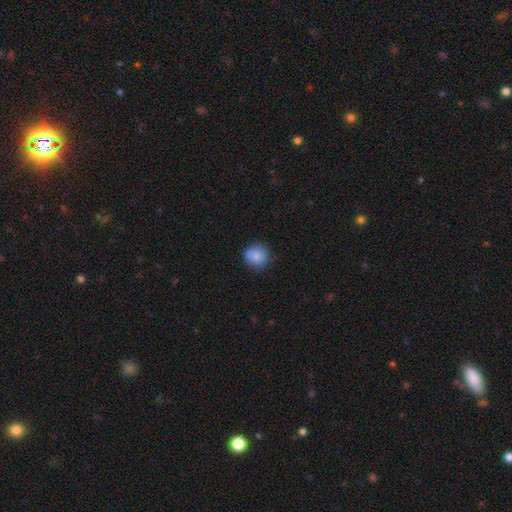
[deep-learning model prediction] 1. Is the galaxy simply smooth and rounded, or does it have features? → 84% smooth, 8% star or artifact, 8% featured or disk.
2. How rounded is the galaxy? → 86% round, 13% in between, 1% cigar-shaped.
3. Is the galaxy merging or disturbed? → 77% none, 18% minor disturbance, 3% major disturbance, 2% merger.